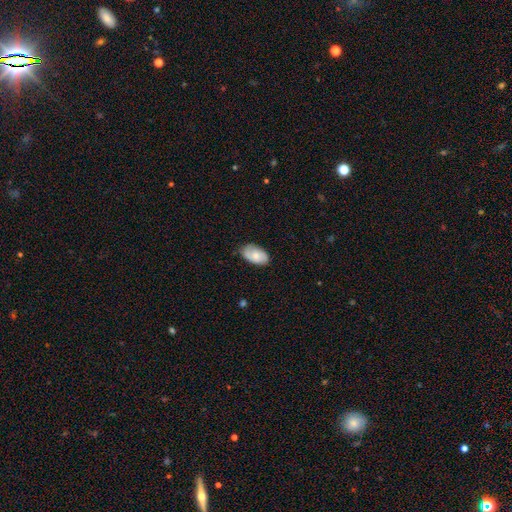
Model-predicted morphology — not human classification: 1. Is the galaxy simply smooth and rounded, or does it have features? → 70% smooth, 24% featured or disk, 6% star or artifact.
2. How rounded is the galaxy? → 94% in between, 5% round, 2% cigar-shaped.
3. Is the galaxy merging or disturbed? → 76% none, 19% minor disturbance, 3% major disturbance, 1% merger.